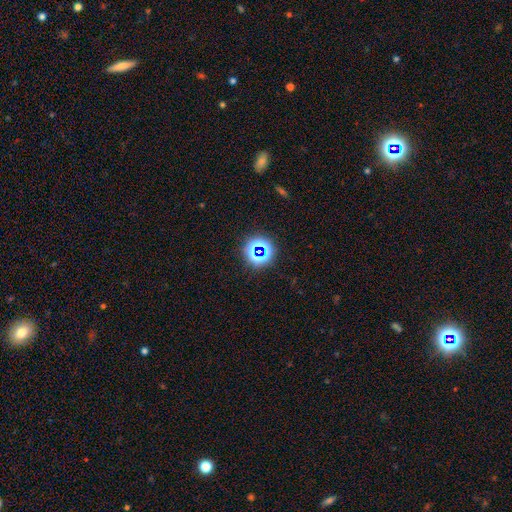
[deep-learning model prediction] Smooth or featured? star or artifact (67%)